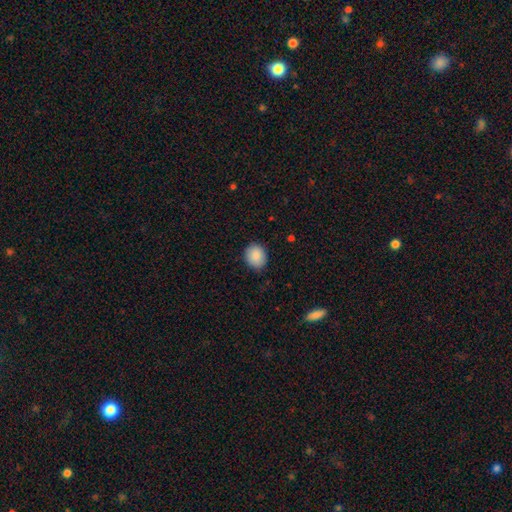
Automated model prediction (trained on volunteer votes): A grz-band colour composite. It shows a smooth galaxy with no disk features (89%) that is round (63%). Merging: none (86%).